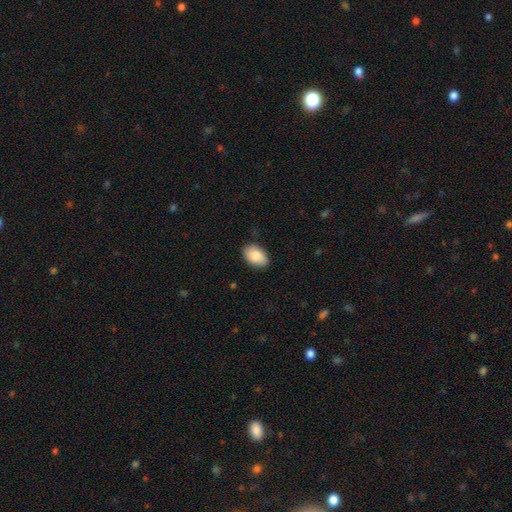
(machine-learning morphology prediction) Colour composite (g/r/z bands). It shows a smooth galaxy with no disk features (87%) that is in between round and cigar-shaped (91%). Merging: none (85%).